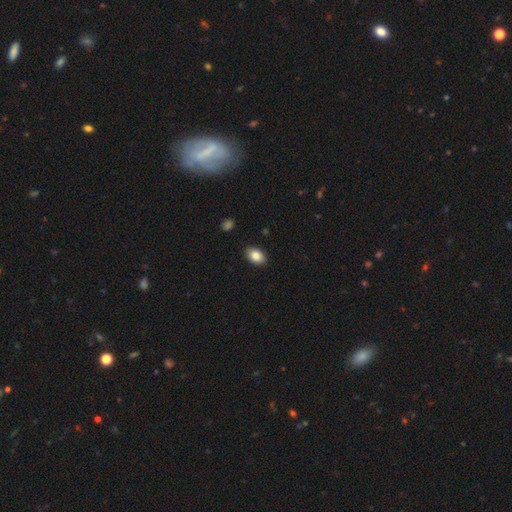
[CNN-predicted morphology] smooth-or-featured: smooth: 86% | star or artifact: 8% | featured or disk: 7%
  how-rounded: in between: 87% | round: 12% | cigar-shaped: 1%
  merging: none: 89% | minor disturbance: 8% | major disturbance: 2% | merger: 1%